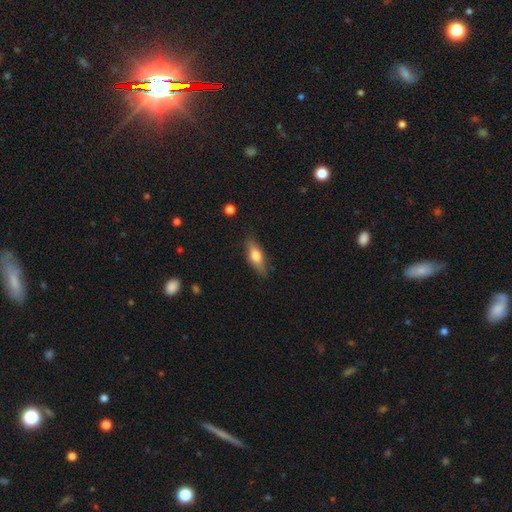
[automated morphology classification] smooth 62%, featured or disk 32%, star or artifact 7%. Down the decision tree: how rounded — in between (58%); merging — none (81%).